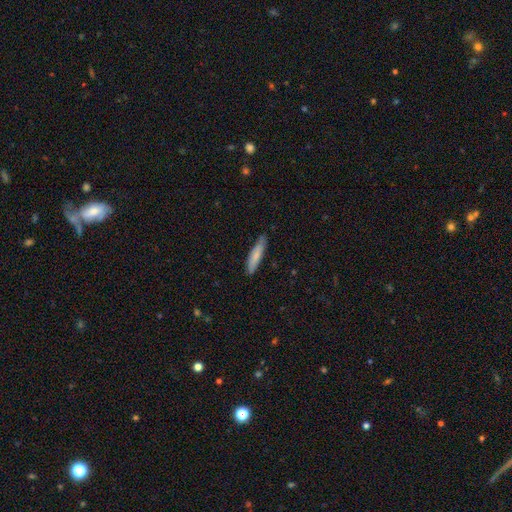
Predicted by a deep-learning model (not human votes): Smooth or featured: smooth — 80% (featured or disk — 15%)
How rounded: cigar-shaped — 82% (in between — 17%)
Merging: none — 81% (minor disturbance — 16%)